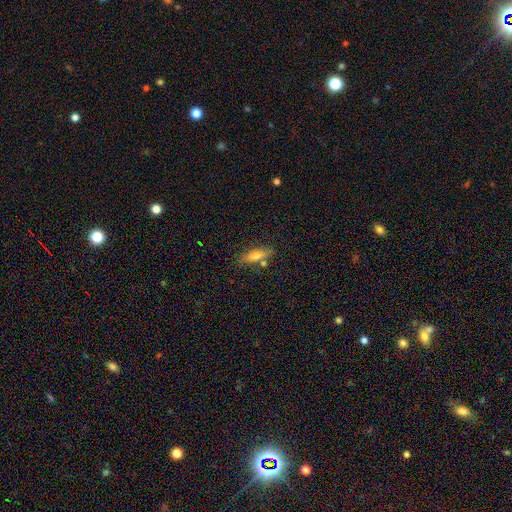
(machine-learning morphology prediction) Q: Smooth or featured?
A: smooth (71%); runner-up: featured or disk (21%)
Q: How rounded?
A: in between (51%); runner-up: cigar-shaped (46%)
Q: Merging?
A: none (74%); runner-up: minor disturbance (14%)